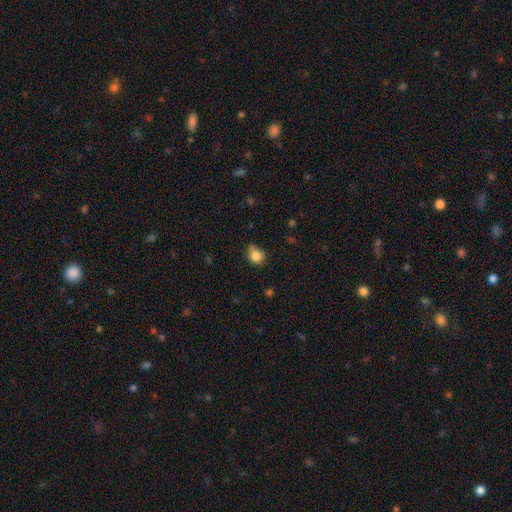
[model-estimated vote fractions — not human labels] Smooth or featured?
  - smooth: 83% *
  - star or artifact: 11%
  - featured or disk: 6%
How rounded?
  - round: 81% *
  - in between: 19%
  - cigar-shaped: 1%
Merging?
  - none: 64% *
  - minor disturbance: 23%
  - merger: 8%
  - major disturbance: 5%